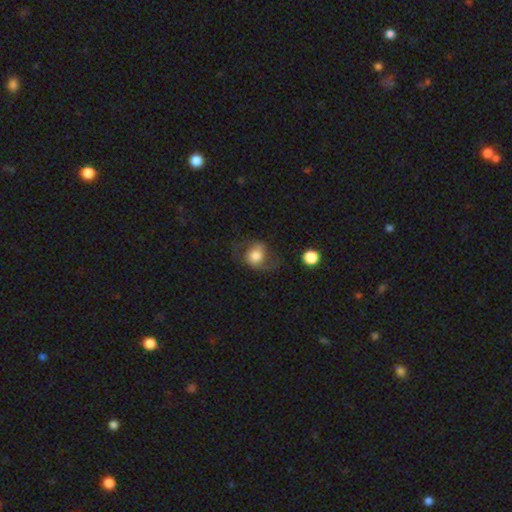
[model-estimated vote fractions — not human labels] smooth-or-featured: smooth: 59% | featured or disk: 33% | star or artifact: 9%
  how-rounded: round: 66% | in between: 33% | cigar-shaped: 1%
  merging: none: 41% | major disturbance: 31% | minor disturbance: 25% | merger: 2%